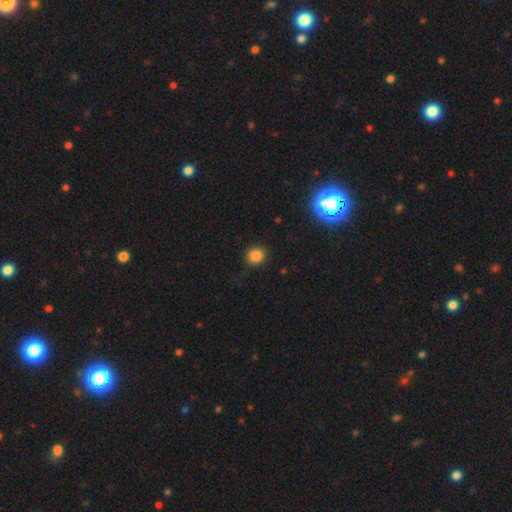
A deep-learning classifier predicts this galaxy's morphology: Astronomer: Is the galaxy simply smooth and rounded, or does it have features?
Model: smooth — 85%.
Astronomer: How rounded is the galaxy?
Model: round — 82%.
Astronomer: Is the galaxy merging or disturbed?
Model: none — 85%.